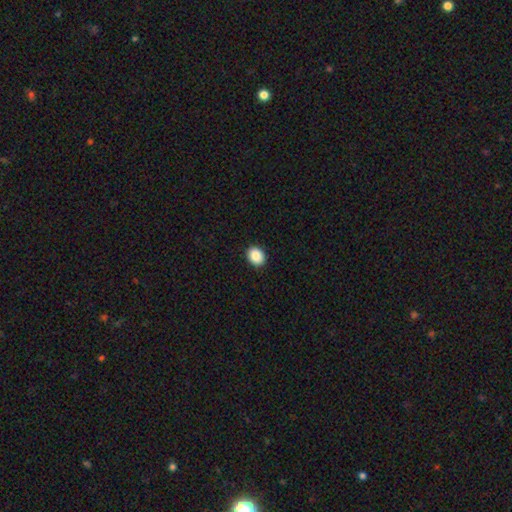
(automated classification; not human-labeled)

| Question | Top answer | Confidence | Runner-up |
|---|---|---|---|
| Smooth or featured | smooth | 88% | star or artifact (8%) |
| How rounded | round | 53% | in between (47%) |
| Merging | none | 91% | minor disturbance (6%) |